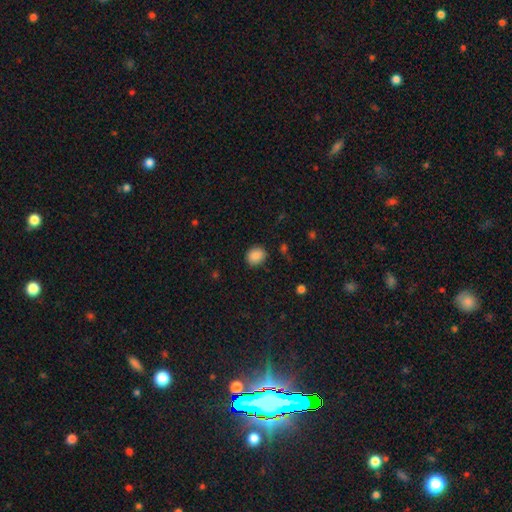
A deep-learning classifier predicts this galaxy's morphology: Smooth or featured?
  - smooth: 87% *
  - star or artifact: 9%
  - featured or disk: 4%
How rounded?
  - round: 64% *
  - in between: 35%
  - cigar-shaped: 1%
Merging?
  - none: 87% *
  - minor disturbance: 9%
  - major disturbance: 2%
  - merger: 1%